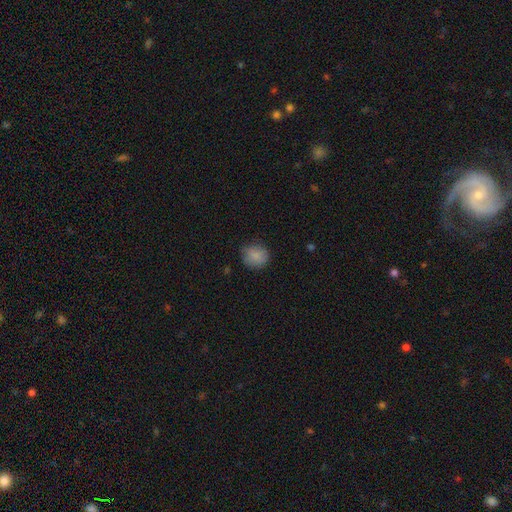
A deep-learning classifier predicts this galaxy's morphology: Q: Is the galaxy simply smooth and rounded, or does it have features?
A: smooth — 85%.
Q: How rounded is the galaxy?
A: round — 83%.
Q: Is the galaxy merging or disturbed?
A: none — 79%.